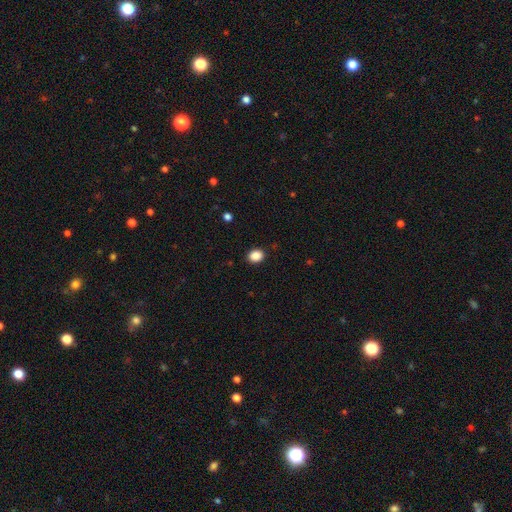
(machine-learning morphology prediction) Q: Smooth or featured?
A: smooth (88%); runner-up: star or artifact (9%)
Q: How rounded?
A: in between (54%); runner-up: round (45%)
Q: Merging?
A: none (90%); runner-up: minor disturbance (7%)